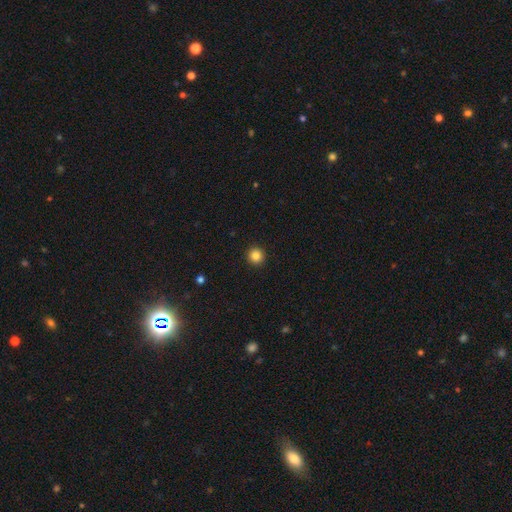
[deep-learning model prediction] This is clearly a smooth galaxy (85%). How rounded: clearly round (95%). Merging: clearly none (93%).